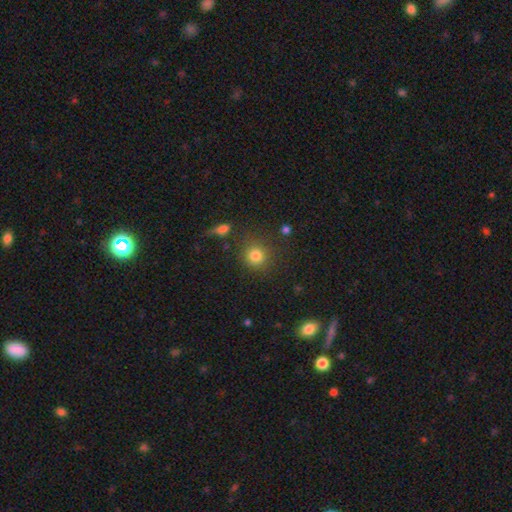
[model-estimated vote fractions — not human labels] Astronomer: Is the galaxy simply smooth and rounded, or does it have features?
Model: smooth — 81%.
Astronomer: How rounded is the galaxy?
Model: round — 89%.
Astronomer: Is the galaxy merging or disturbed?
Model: none — 81%.